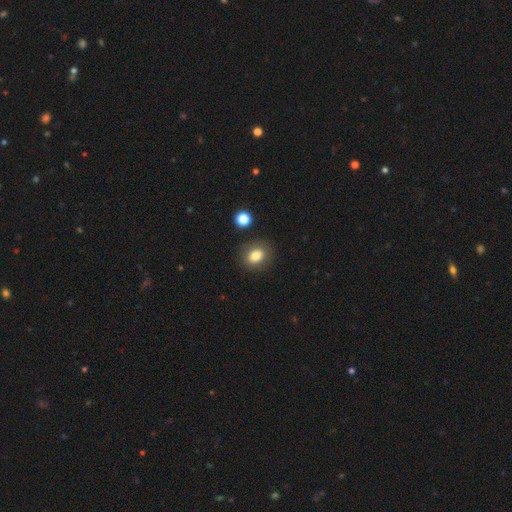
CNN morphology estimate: smooth 82%, star or artifact 9%, featured or disk 8%. Down the decision tree: how rounded — in between (60%); merging — none (84%).